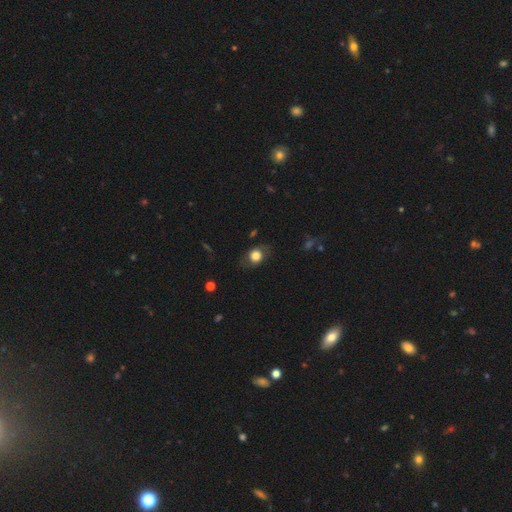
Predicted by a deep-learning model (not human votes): A smooth galaxy with no disk features (74%) that is round (55%). Merging: none (71%).